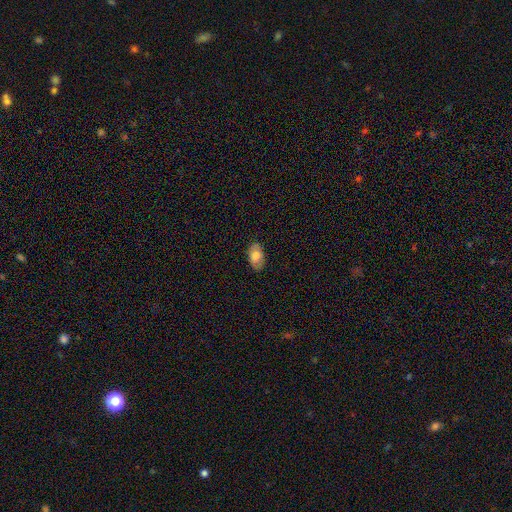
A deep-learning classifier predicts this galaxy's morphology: The model was most divided on "smooth or featured": smooth: 70%, featured or disk: 23%, star or artifact: 7%. More confident: how rounded — in between (92%); merging — none (83%).